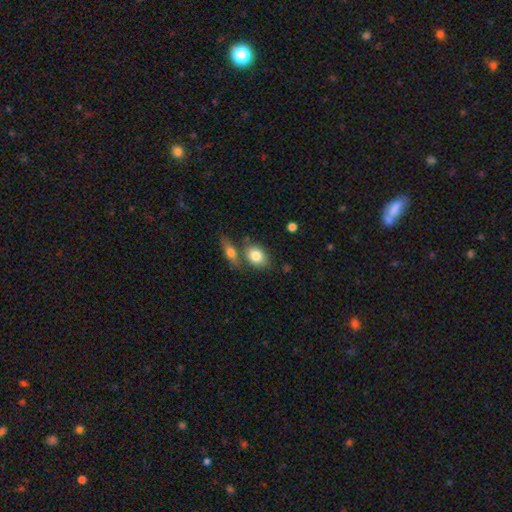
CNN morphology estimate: Smooth or featured: smooth — 81% (featured or disk — 12%)
How rounded: in between — 68% (round — 29%)
Merging: none — 55% (merger — 29%)